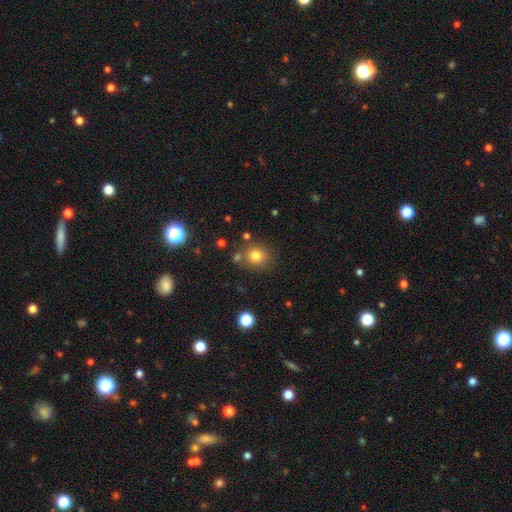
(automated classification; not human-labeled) Smooth or featured?
  - smooth: 78% *
  - star or artifact: 14%
  - featured or disk: 8%
How rounded?
  - round: 82% *
  - in between: 18%
  - cigar-shaped: 1%
Merging?
  - none: 77% *
  - minor disturbance: 10%
  - merger: 9%
  - major disturbance: 4%